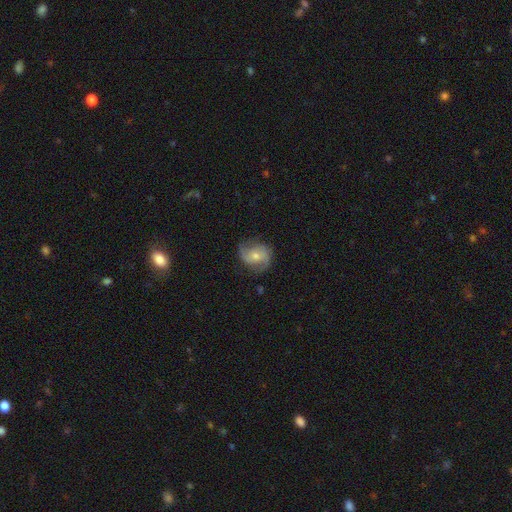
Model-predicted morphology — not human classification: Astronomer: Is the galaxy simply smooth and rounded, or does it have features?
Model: featured or disk — 74%.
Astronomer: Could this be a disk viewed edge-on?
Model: no — 97%.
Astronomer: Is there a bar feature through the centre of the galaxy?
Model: no — 61%.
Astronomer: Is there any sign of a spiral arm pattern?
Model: yes — 93%.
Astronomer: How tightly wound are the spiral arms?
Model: medium — 46% (runner-up: loose, 27%).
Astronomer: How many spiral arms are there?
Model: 2 — 78%.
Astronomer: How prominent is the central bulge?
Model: small — 48% (runner-up: moderate, 47%).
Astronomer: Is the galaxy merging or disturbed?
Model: none — 74%.